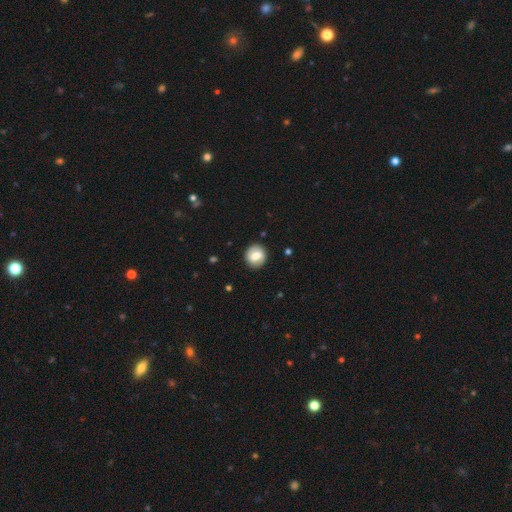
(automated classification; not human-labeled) This is possibly a smooth galaxy (56%). How rounded: likely round (77%). Merging: clearly none (86%).